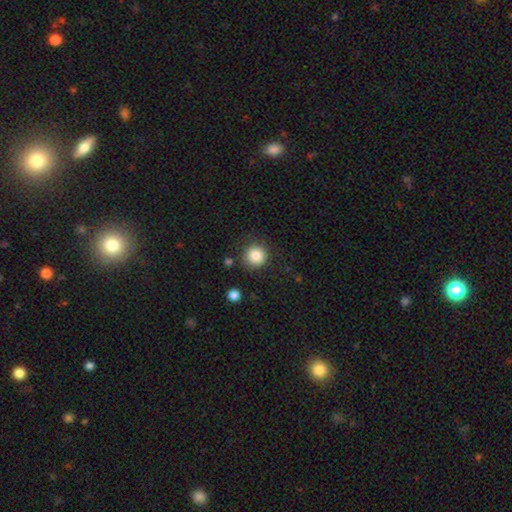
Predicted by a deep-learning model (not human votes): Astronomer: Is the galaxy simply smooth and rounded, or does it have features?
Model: smooth — 85%.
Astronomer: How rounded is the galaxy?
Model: round — 94%.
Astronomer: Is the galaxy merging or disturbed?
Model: none — 83%.